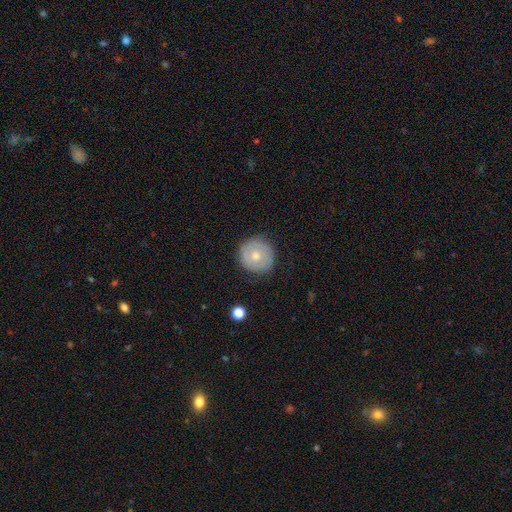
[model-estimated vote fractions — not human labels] This is likely a smooth galaxy (63%). How rounded: clearly round (93%). Merging: clearly none (84%).